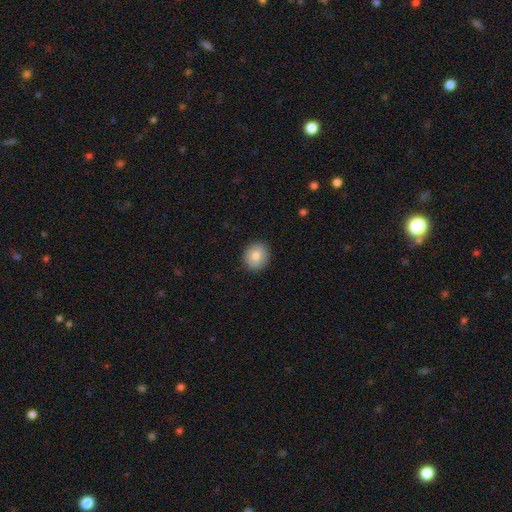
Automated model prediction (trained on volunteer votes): smooth 80%, featured or disk 12%, star or artifact 8%. Down the decision tree: how rounded — round (85%); merging — none (91%).